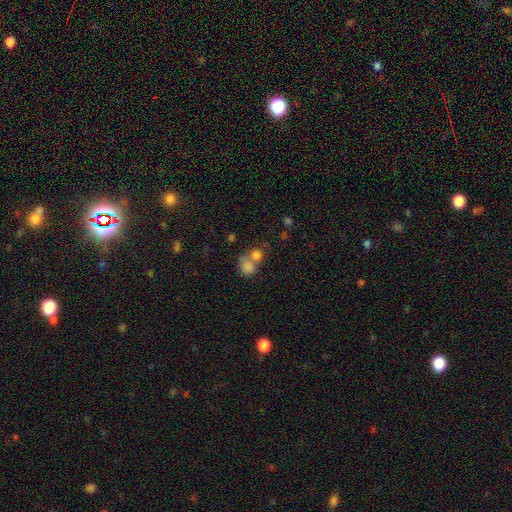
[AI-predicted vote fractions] Smooth or featured?
  - smooth: 78% *
  - featured or disk: 12%
  - star or artifact: 11%
How rounded?
  - round: 66% *
  - in between: 33%
  - cigar-shaped: 1%
Merging?
  - merger: 58% *
  - none: 28%
  - minor disturbance: 8%
  - major disturbance: 6%